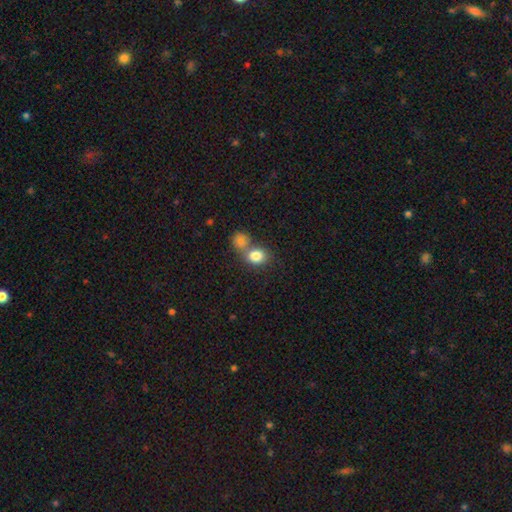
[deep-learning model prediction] This appears to be a smooth galaxy with no disk features (82%) that is round (66%). Merging: merger (48%).